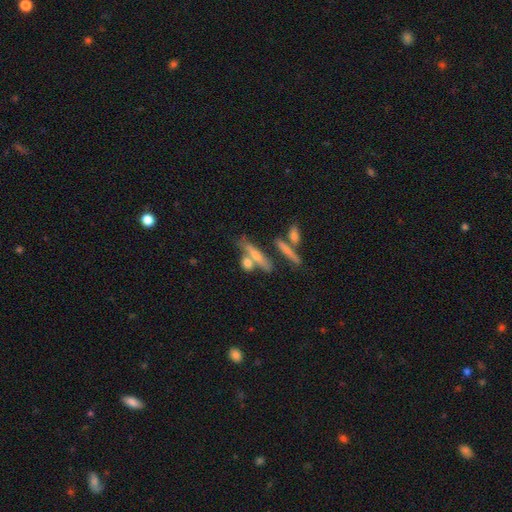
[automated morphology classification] This is possibly a featured or disk galaxy (48%). Merging: possibly none (56%).